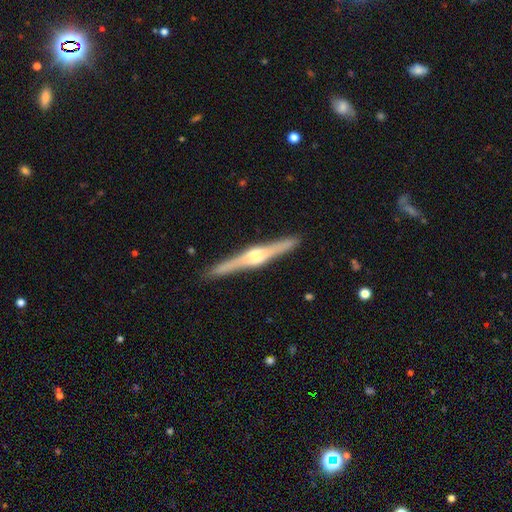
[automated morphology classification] The model was most divided on "smooth or featured": featured or disk: 83%, smooth: 13%, star or artifact: 5%. More confident: edge-on disk — yes (98%); merging — none (92%); edge-on bulge — rounded (88%).